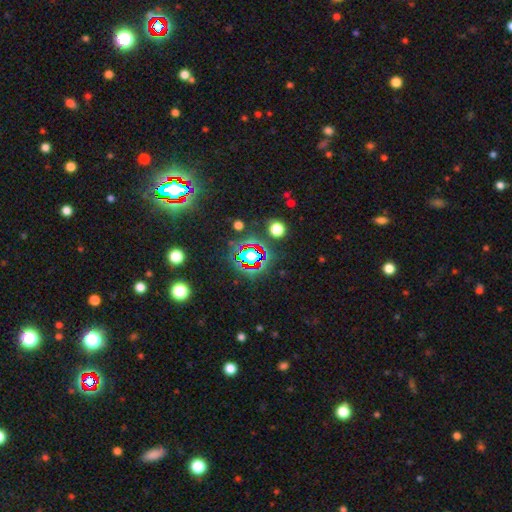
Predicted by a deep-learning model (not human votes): The model was most divided on "smooth or featured": star or artifact: 68%, smooth: 20%, featured or disk: 11%.